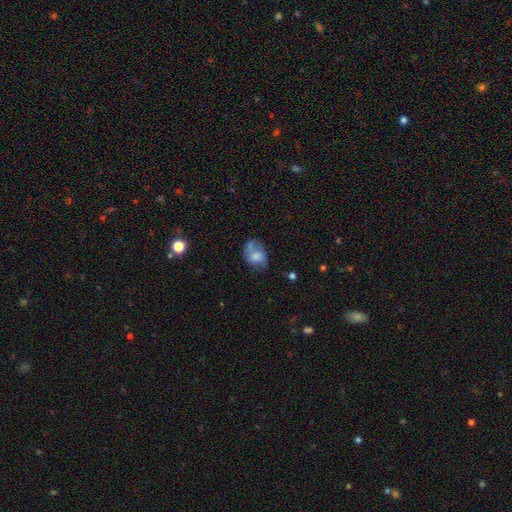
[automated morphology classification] smooth_or_featured: smooth (p=0.59) [alt: featured or disk p=0.32]
how_rounded: in between (p=0.70) [alt: round p=0.29]
merging: none (p=0.36) [alt: minor disturbance p=0.29]